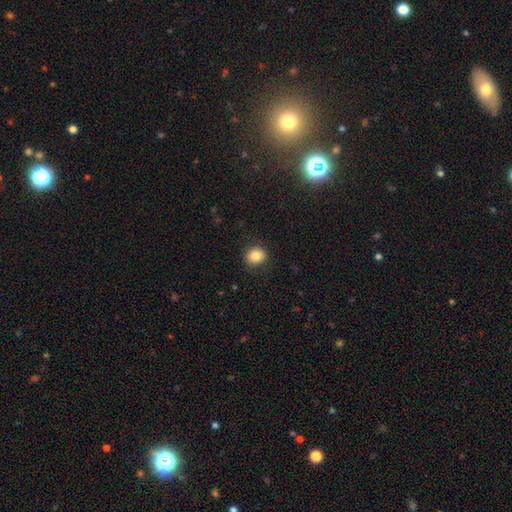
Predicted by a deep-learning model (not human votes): Overall: smooth (84%). How rounded: round (79%). Merging: none (89%).